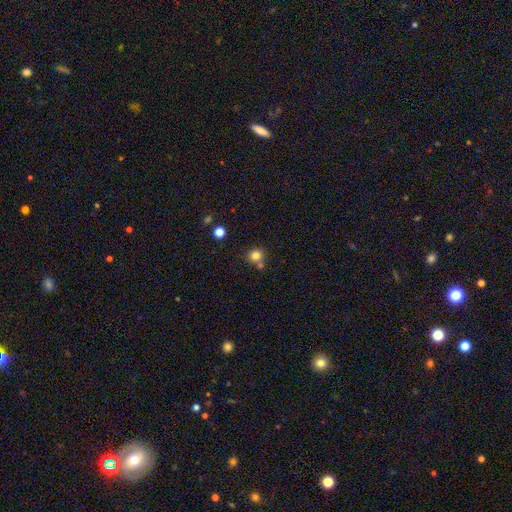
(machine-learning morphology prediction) type=smooth (81%); roundness=round (88%); merging=none (65%).